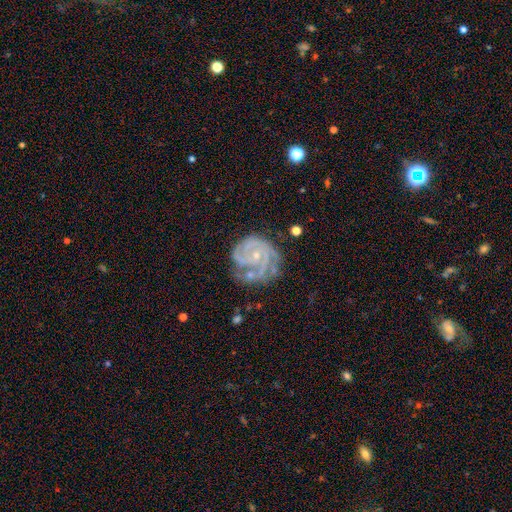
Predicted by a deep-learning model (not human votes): Q: Smooth or featured?
A: featured or disk (89%); runner-up: star or artifact (6%)
Q: Edge-on disk?
A: no (98%); runner-up: yes (2%)
Q: Bar?
A: no (71%); runner-up: weak (23%)
Q: Spiral arms?
A: yes (98%); runner-up: no (2%)
Q: Spiral winding?
A: tight (68%); runner-up: medium (28%)
Q: Spiral arm count?
A: 3 (44%); runner-up: 2 (23%)
Q: Bulge size?
A: small (75%); runner-up: moderate (20%)
Q: Merging?
A: none (61%); runner-up: minor disturbance (24%)